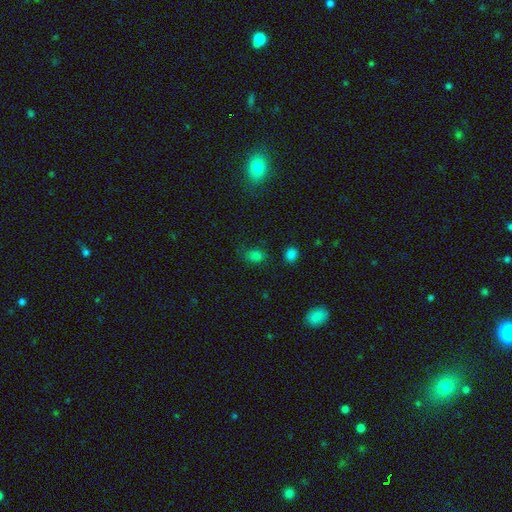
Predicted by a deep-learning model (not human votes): smooth 71%, star or artifact 23%, featured or disk 6%. Down the decision tree: how rounded — in between (65%); merging — none (64%).